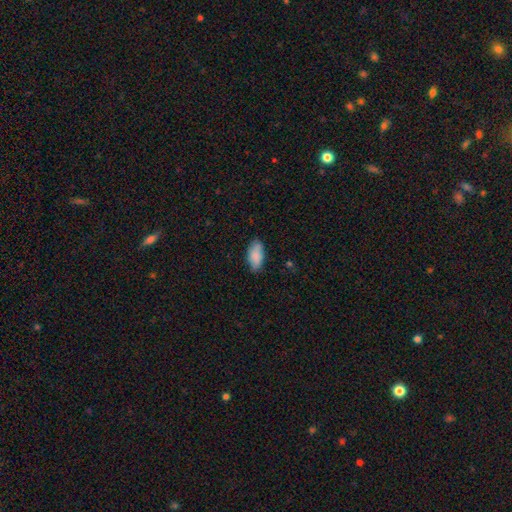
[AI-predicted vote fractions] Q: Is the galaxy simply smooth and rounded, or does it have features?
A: smooth — 86%.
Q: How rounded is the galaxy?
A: in between — 91%.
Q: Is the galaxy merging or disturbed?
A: none — 80%.